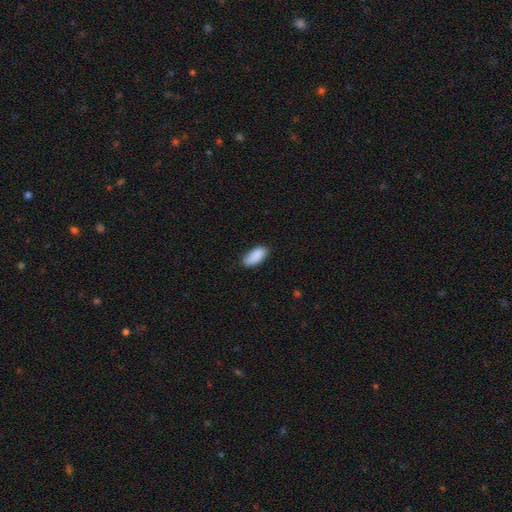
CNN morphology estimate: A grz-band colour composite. It shows a smooth galaxy with no disk features (89%) that is in between round and cigar-shaped (88%). Merging: none (78%).